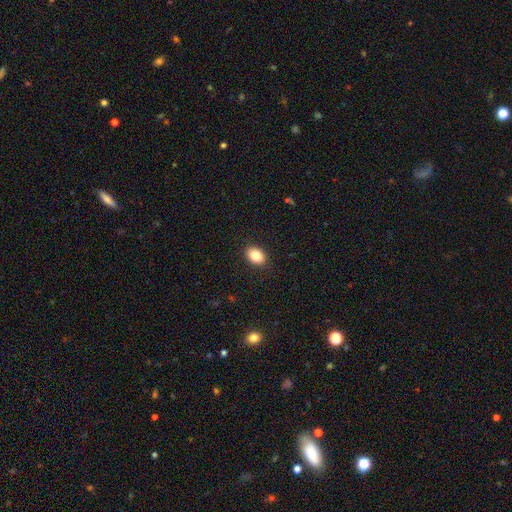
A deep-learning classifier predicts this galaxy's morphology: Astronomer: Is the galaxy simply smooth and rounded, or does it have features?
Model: smooth — 84%.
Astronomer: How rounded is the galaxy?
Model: in between — 74%.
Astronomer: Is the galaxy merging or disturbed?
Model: none — 90%.